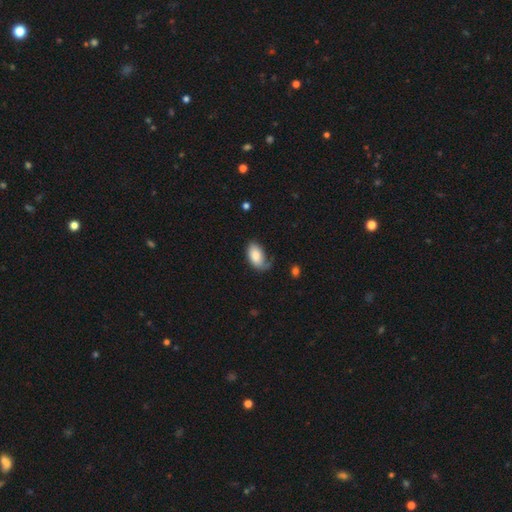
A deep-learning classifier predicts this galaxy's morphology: A smooth galaxy with no disk features (76%) that is in between round and cigar-shaped (94%).

Vote fractions:
- Smooth or featured? smooth: 76% / featured or disk: 18% / star or artifact: 6%
- How rounded? in between: 94% / round: 4% / cigar-shaped: 2%
- Merging? none: 47% / minor disturbance: 30% / major disturbance: 19% / merger: 4%